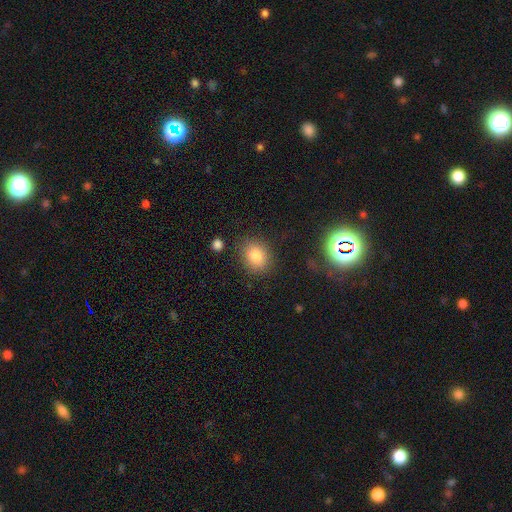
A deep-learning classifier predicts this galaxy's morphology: Smooth or featured? smooth (83%)
How rounded? round (51%)
Merging? none (81%)